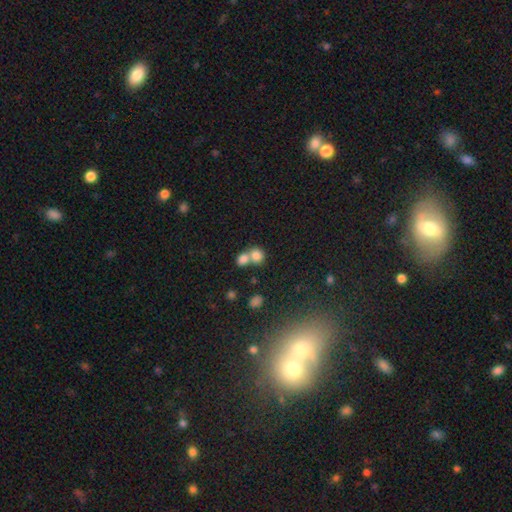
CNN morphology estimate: type=smooth (79%); roundness=round (75%); merging=merger (58%).